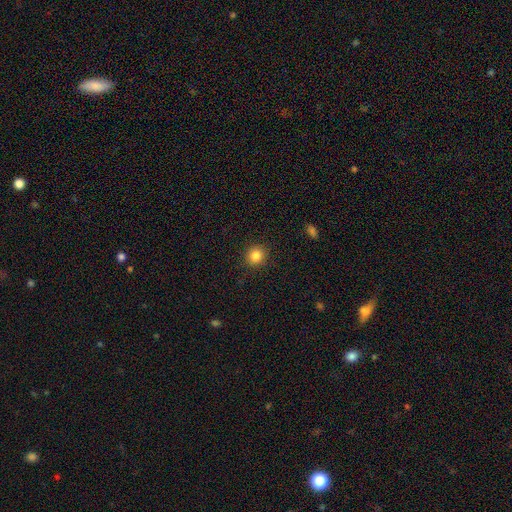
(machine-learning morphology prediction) Smooth or featured? Predicted: smooth (p=0.84). How rounded? Predicted: round (p=0.87). Merging? Predicted: none (p=0.91).